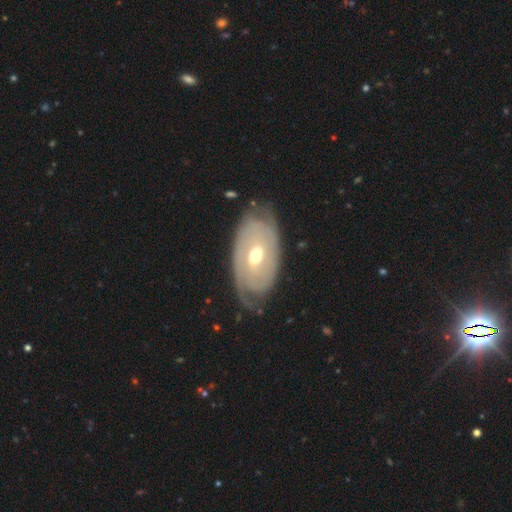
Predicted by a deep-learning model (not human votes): This is likely a featured or disk galaxy (77%). It is clearly not viewed edge-on (93%). Bar: possibly no (58%). Spiral arm pattern: likely yes (77%). Spiral arm count: marginally 2 (40%). Spiral winding: likely tight (70%). Central bulge: likely moderate (71%). Merging: likely none (70%).